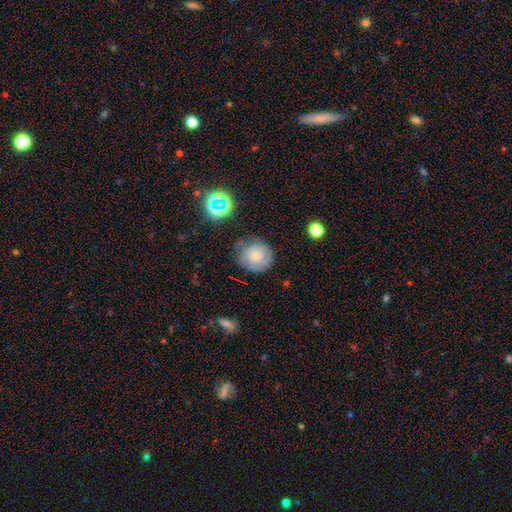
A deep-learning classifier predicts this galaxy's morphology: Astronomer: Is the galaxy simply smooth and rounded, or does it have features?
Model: smooth — 53% (runner-up: featured or disk, 35%).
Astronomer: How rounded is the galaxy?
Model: round — 86%.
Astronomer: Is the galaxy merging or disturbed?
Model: none — 66%.